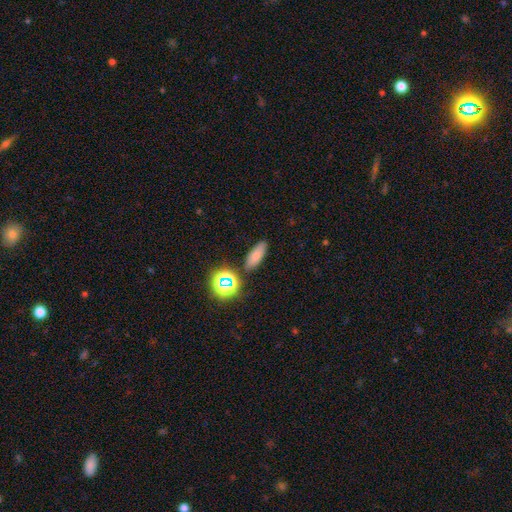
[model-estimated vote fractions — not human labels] Smooth or featured? Predicted: smooth (p=0.74). How rounded? Predicted: in between (p=0.65). Merging? Predicted: none (p=0.83).